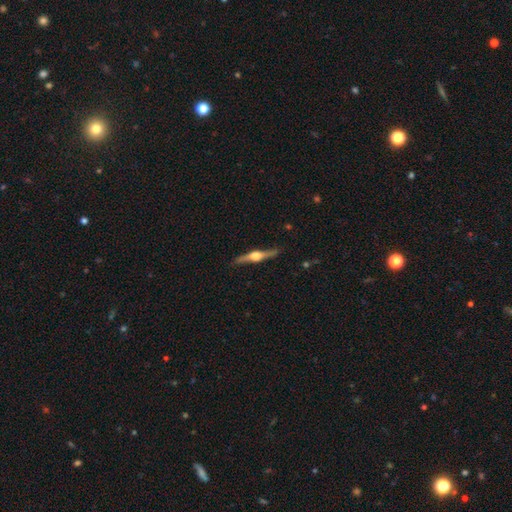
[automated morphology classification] smooth-or-featured: featured or disk: 80% | smooth: 16% | star or artifact: 5%
  disk-edge-on: yes: 97% | no: 3%
    edge-on-bulge: rounded: 94% | boxy: 4% | none: 2%
  merging: none: 87% | minor disturbance: 10% | major disturbance: 2% | merger: 1%